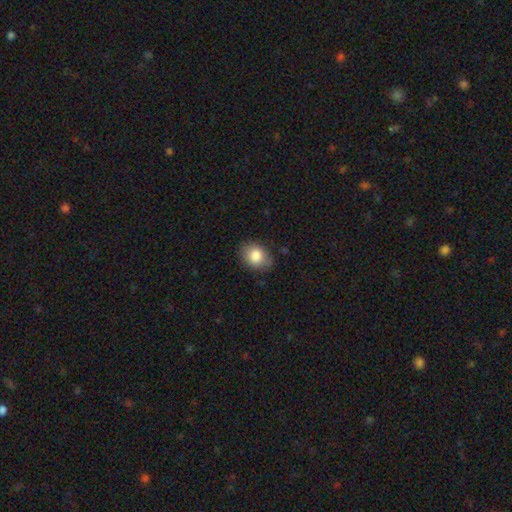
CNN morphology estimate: Smooth or featured: smooth — 85% (star or artifact — 8%)
How rounded: in between — 55% (round — 44%)
Merging: none — 81% (minor disturbance — 15%)